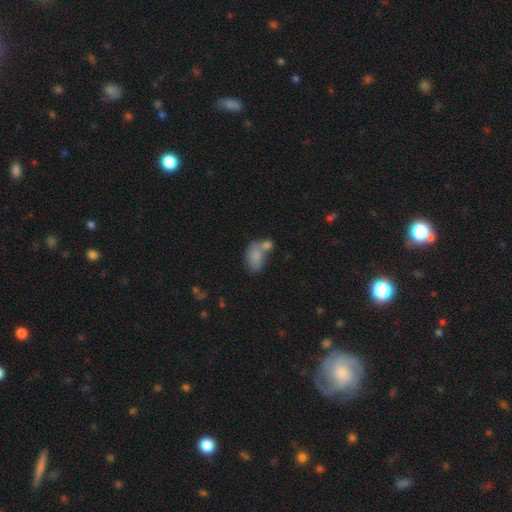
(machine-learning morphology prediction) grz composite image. It shows a smooth galaxy with no disk features (78%) that is in between round and cigar-shaped (88%). Merging: merger (49%).